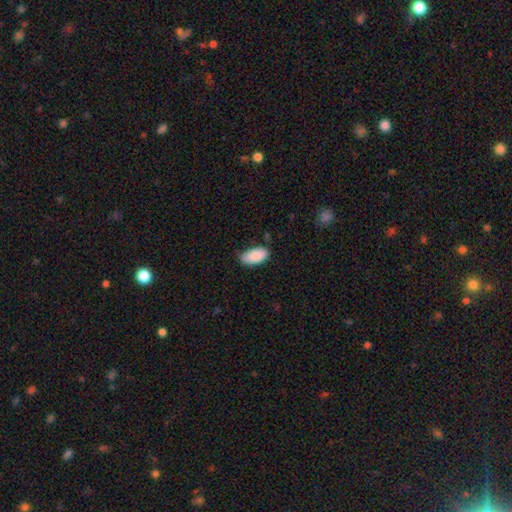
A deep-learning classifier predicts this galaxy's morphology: smooth_or_featured: smooth (p=0.88) [alt: star or artifact p=0.06]
how_rounded: in between (p=0.95) [alt: cigar-shaped p=0.03]
merging: none (p=0.71) [alt: minor disturbance p=0.24]